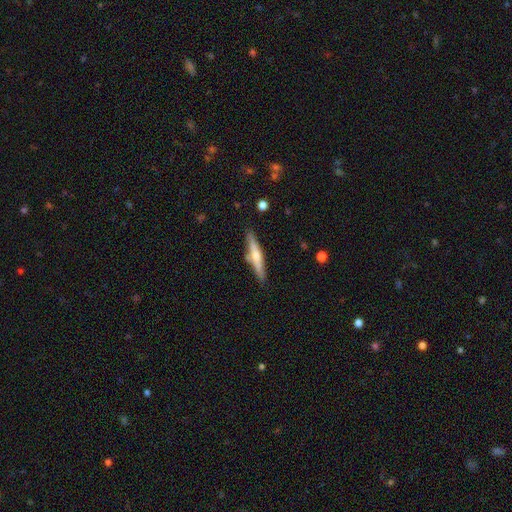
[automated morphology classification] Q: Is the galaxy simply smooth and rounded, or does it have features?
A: featured or disk — 56%.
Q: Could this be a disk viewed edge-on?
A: yes — 95%.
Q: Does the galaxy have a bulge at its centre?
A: rounded — 81%.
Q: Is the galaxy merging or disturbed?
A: none — 83%.